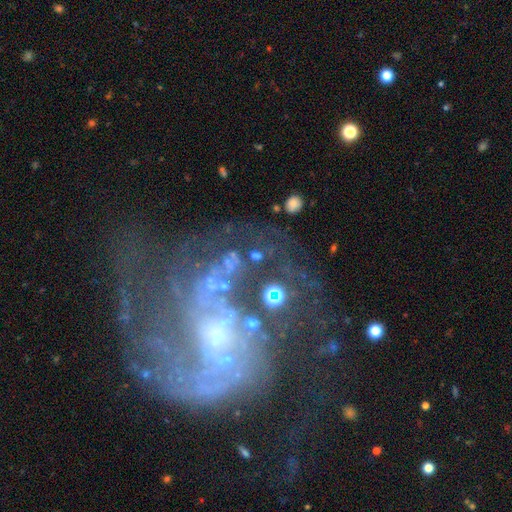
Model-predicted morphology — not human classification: A featured or disk galaxy (51%).

Vote fractions:
- Smooth or featured? featured or disk: 51% / star or artifact: 31% / smooth: 18%
- Edge-on disk? no: 95% / yes: 5%
- Merging? none: 47% / major disturbance: 27% / minor disturbance: 15% / merger: 11%